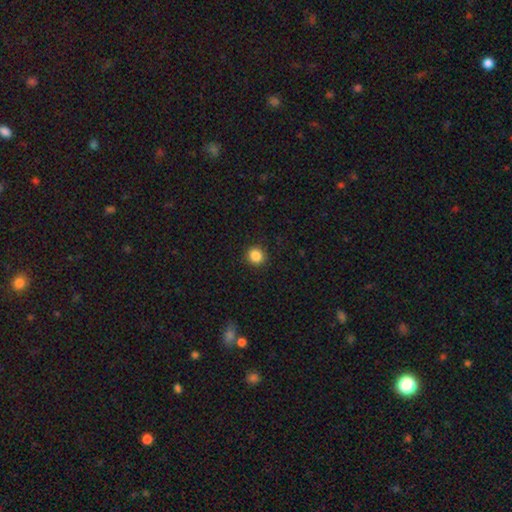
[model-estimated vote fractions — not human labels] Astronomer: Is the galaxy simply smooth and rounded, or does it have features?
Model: smooth — 86%.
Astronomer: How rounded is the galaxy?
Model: round — 90%.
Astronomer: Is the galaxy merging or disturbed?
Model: none — 91%.